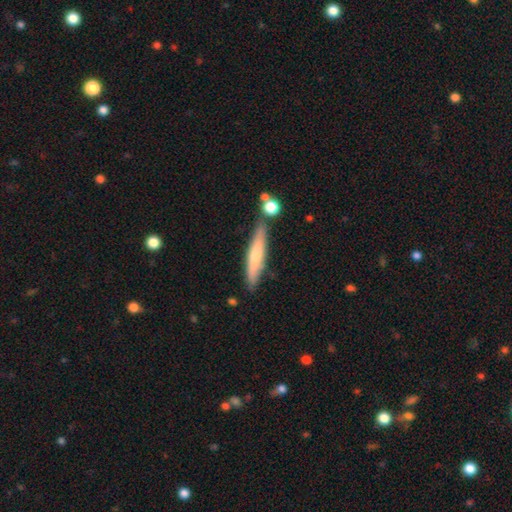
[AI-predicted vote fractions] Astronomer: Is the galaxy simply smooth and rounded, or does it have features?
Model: smooth — 58% (runner-up: featured or disk, 36%).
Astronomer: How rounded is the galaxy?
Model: cigar-shaped — 88%.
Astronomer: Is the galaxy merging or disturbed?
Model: none — 76%.